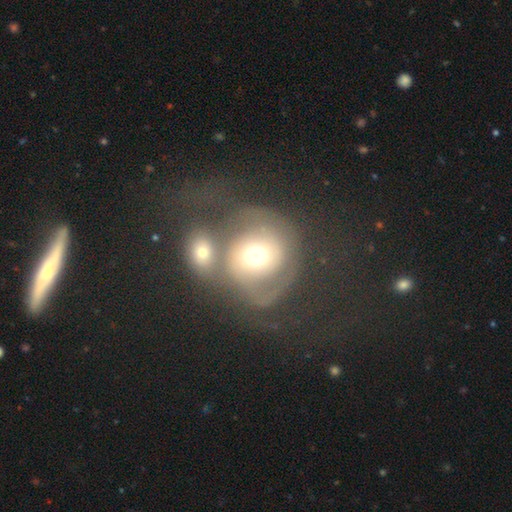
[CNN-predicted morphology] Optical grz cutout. It shows a featured or disk galaxy (52%). Merging: merger (44%).